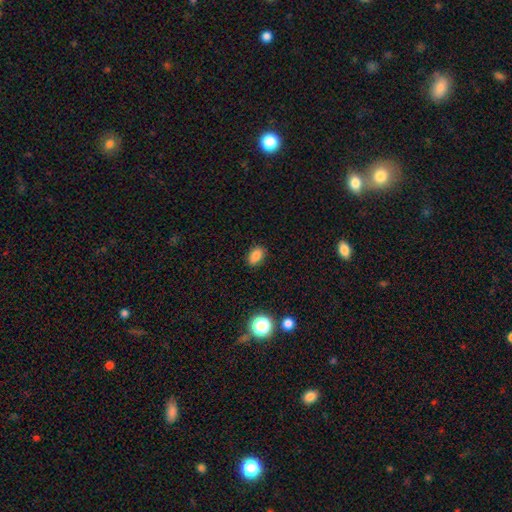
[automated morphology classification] A smooth galaxy with no disk features (84%) that is in between round and cigar-shaped (86%). Merging: none (86%).